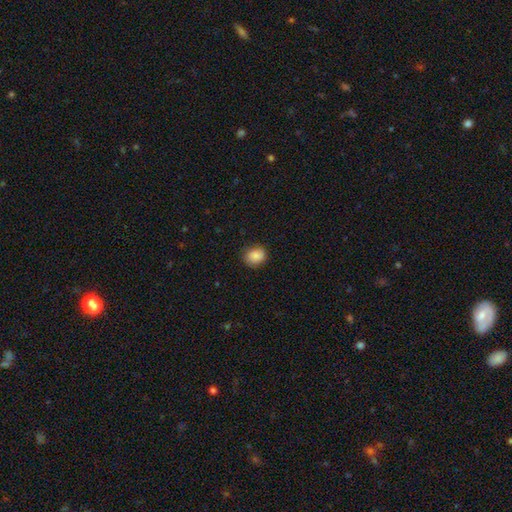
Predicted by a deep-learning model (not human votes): The model was most divided on "how rounded": round: 69%, in between: 30%, cigar-shaped: 1%. More confident: smooth or featured — smooth (87%); merging — none (85%).